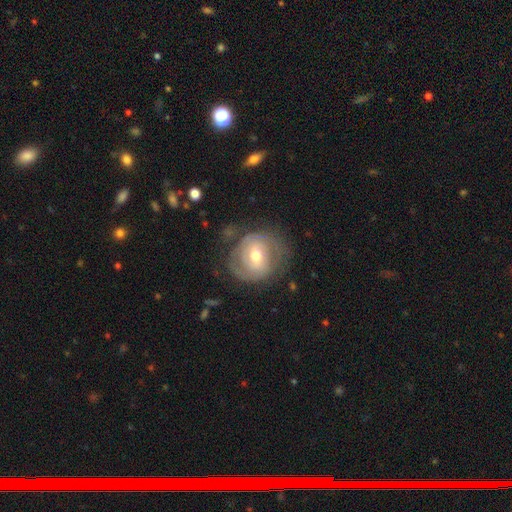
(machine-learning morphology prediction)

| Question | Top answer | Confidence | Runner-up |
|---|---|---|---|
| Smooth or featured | featured or disk | 76% | smooth (18%) |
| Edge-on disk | no | 97% | yes (3%) |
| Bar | weak | 49% | no (34%) |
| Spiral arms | yes | 86% | no (14%) |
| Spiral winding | tight | 66% | medium (26%) |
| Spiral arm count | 2 | 50% | can't tell (29%) |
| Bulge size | moderate | 72% | small (20%) |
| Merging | none | 69% | minor disturbance (19%) |